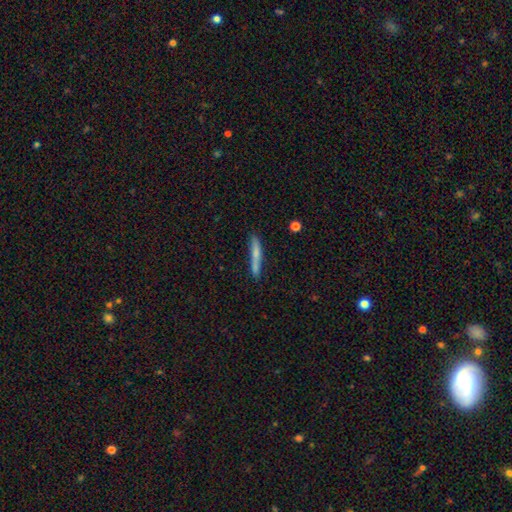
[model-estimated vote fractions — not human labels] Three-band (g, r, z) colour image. It shows a smooth galaxy with no disk features (65%) that is cigar-shaped (94%). Merging: none (79%).